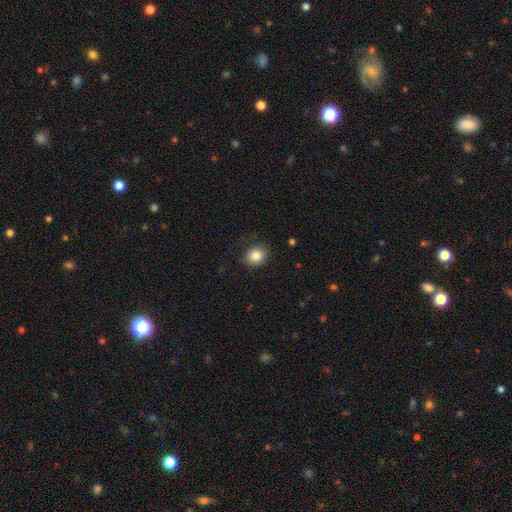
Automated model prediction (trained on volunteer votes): A smooth galaxy with no disk features (85%) that is round (66%).

Vote fractions:
- Smooth or featured? smooth: 85% / star or artifact: 10% / featured or disk: 6%
- How rounded? round: 66% / in between: 33% / cigar-shaped: 1%
- Merging? none: 84% / minor disturbance: 12% / major disturbance: 3% / merger: 1%